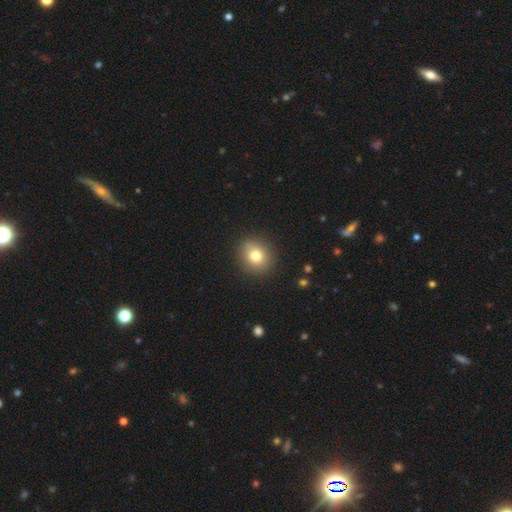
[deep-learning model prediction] smooth_or_featured: smooth (p=0.78) [alt: featured or disk p=0.11]
how_rounded: round (p=0.81) [alt: in between p=0.18]
merging: none (p=0.89) [alt: minor disturbance p=0.07]